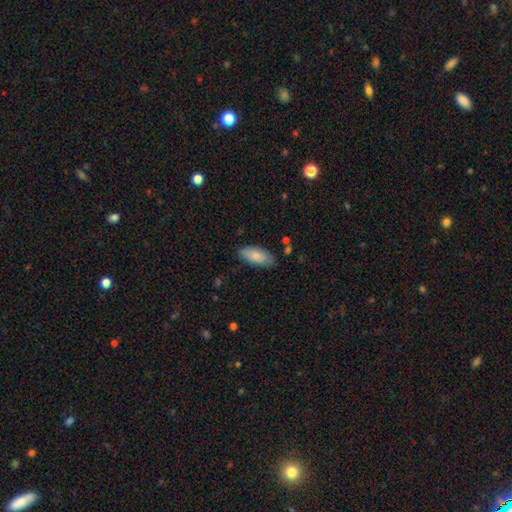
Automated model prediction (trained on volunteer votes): Q: Smooth or featured?
A: smooth (84%); runner-up: featured or disk (11%)
Q: How rounded?
A: in between (88%); runner-up: cigar-shaped (10%)
Q: Merging?
A: none (80%); runner-up: minor disturbance (15%)